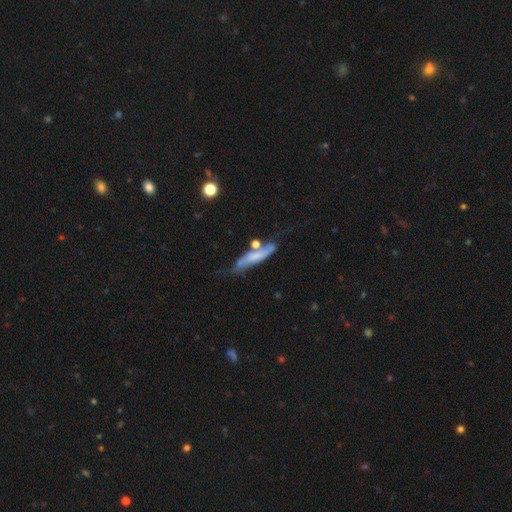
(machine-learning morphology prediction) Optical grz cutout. It shows a smooth galaxy with no disk features (47%). Merging: none (39%).